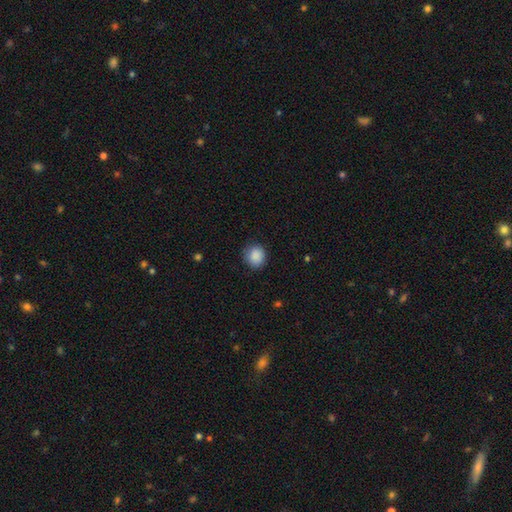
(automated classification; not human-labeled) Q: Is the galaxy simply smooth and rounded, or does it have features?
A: smooth — 89%.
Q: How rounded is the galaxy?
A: round — 83%.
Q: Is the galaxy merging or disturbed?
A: none — 84%.